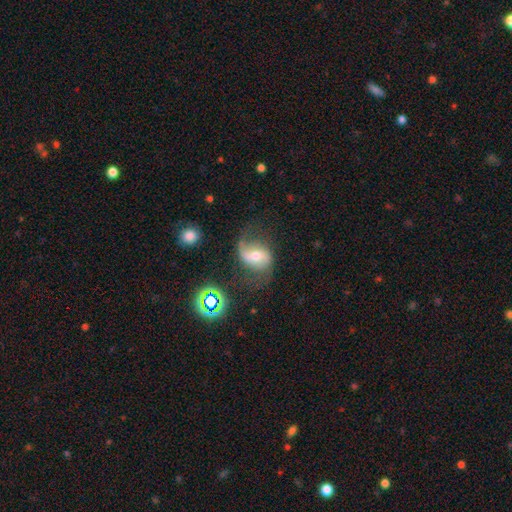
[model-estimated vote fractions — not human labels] This appears to be a featured or disk galaxy (71%) with a weak bar (39%), 2 (82%) loose (66%) spiral arms (90%) and a moderate central bulge (60%). Merging: none (55%).